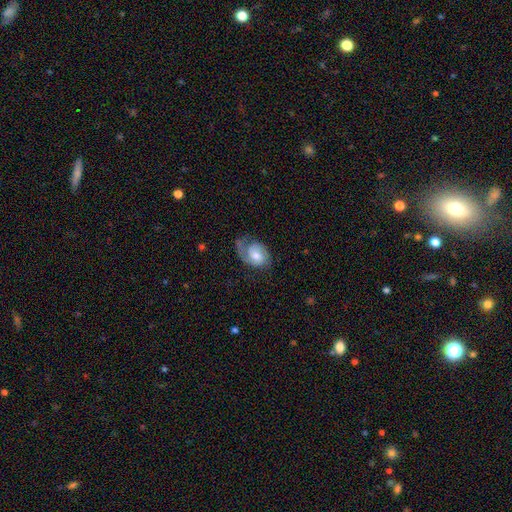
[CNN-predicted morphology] Overall: featured or disk (68%). Edge-on disk: no (97%). Bar: no (62%; weak 32%). Spiral arms: yes (92%). Spiral arm count: 2 (58%; 1 31%). Spiral winding: medium (43%; tight 33%). Bulge size: moderate (55%; small 22%). Merging: none (49%; minor disturbance 27%).